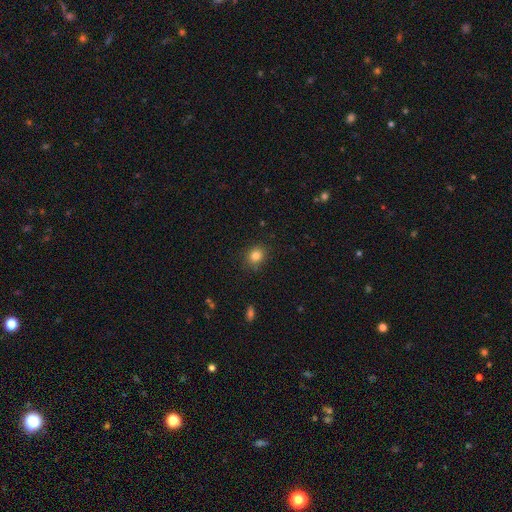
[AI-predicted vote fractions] Smooth or featured?
  - smooth: 84% *
  - star or artifact: 11%
  - featured or disk: 5%
How rounded?
  - round: 72% *
  - in between: 27%
  - cigar-shaped: 1%
Merging?
  - none: 85% *
  - minor disturbance: 11%
  - major disturbance: 3%
  - merger: 1%